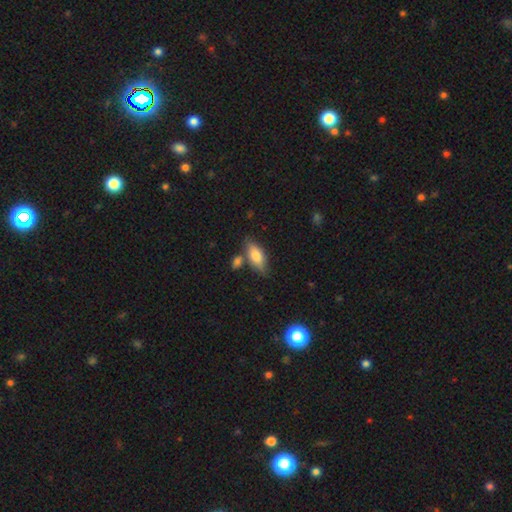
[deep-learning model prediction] This is likely a smooth galaxy (77%). How rounded: clearly in between (81%). Merging: likely none (68%).